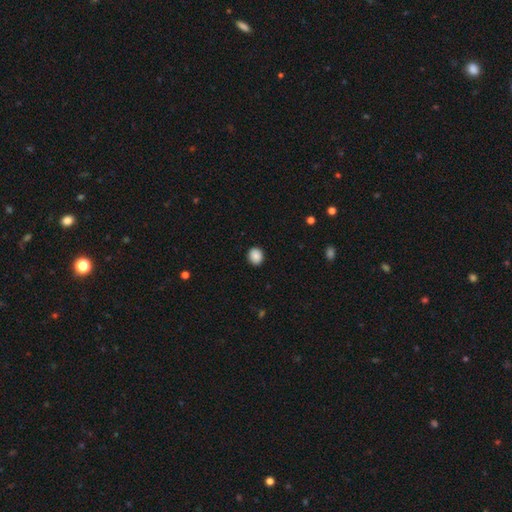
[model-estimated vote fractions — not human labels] This is clearly a smooth galaxy (88%). How rounded: likely round (73%). Merging: clearly none (90%).